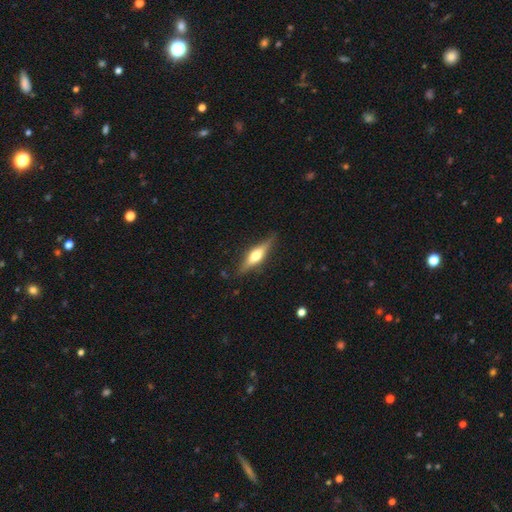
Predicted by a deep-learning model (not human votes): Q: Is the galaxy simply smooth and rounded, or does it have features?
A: featured or disk — 61%.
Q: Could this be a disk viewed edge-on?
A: yes — 95%.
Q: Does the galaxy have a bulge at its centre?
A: rounded — 90%.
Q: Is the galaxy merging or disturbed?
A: none — 85%.